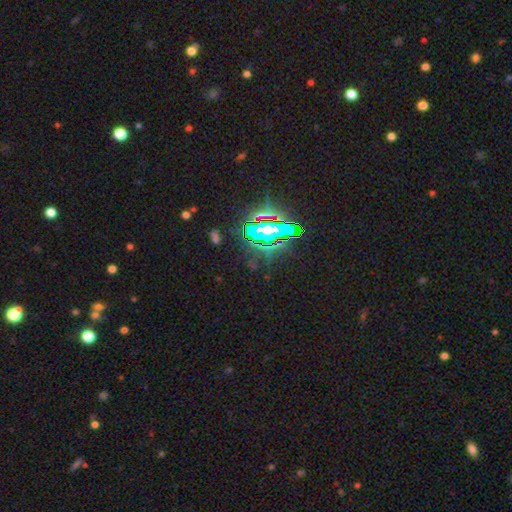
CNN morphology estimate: type=star or artifact (81%).